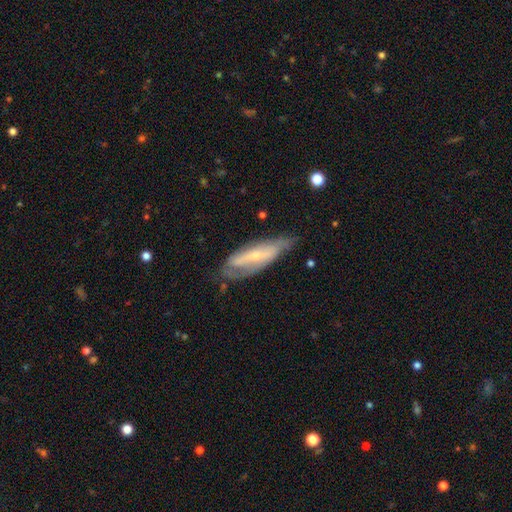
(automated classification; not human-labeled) featured or disk 66%, smooth 27%, star or artifact 7%. Down the decision tree: edge-on disk — no (76%); bar — strong (37%); spiral arms — yes (77%); bulge size — small (68%); merging — none (58%).